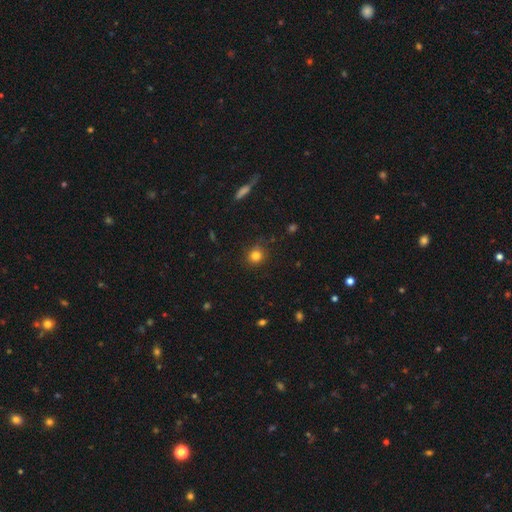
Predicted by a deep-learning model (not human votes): A smooth galaxy with no disk features (82%) that is round (89%).

Vote fractions:
- Smooth or featured? smooth: 82% / star or artifact: 13% / featured or disk: 6%
- How rounded? round: 89% / in between: 10% / cigar-shaped: 1%
- Merging? none: 84% / minor disturbance: 11% / major disturbance: 3% / merger: 2%